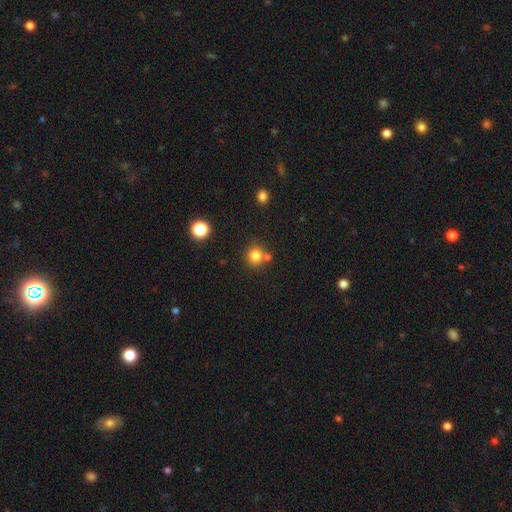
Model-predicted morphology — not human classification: A smooth galaxy with no disk features (81%) that is round (90%). Merging: none (70%).